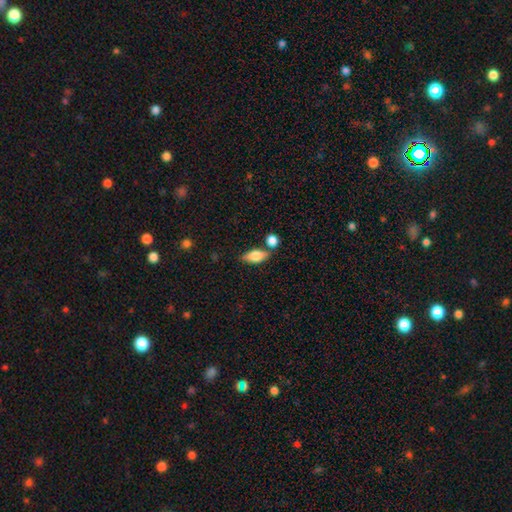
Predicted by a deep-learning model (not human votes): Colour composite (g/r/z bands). It shows a smooth galaxy with no disk features (74%) that is in between round and cigar-shaped (83%). Merging: none (68%).